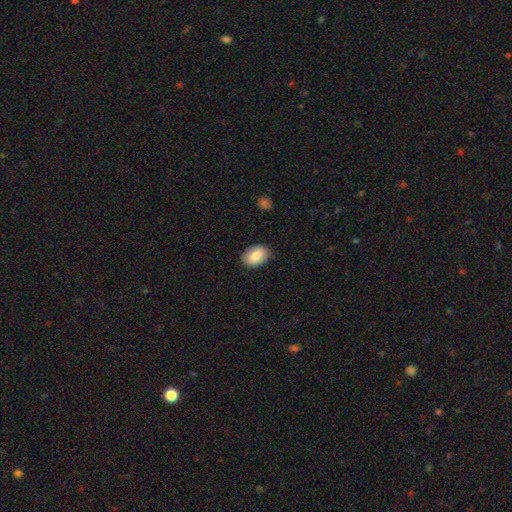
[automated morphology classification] The model was most divided on "merging": none: 85%, minor disturbance: 12%, major disturbance: 2%, merger: 1%. More confident: how rounded — in between (90%); smooth or featured — smooth (86%).